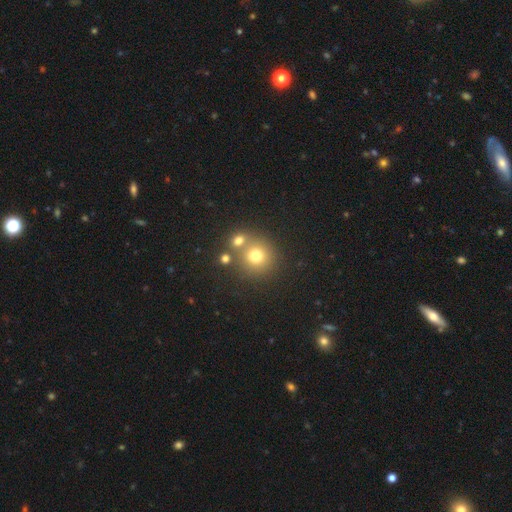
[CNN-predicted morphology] This is likely a smooth galaxy (73%). How rounded: clearly round (90%). Merging: likely none (62%).